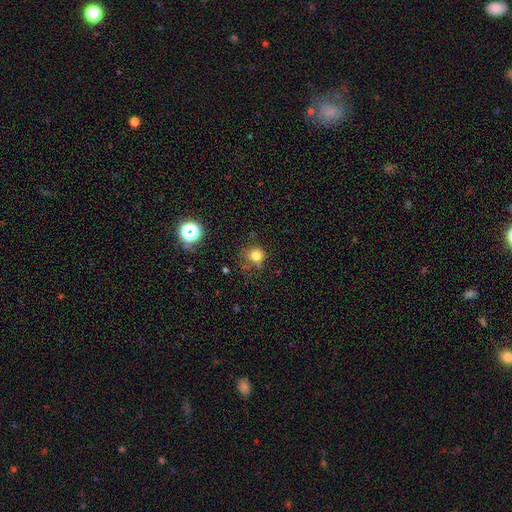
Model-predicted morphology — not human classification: The model was most divided on "merging": none: 69%, minor disturbance: 18%, major disturbance: 7%, merger: 6%. More confident: how rounded — round (88%); smooth or featured — smooth (77%).